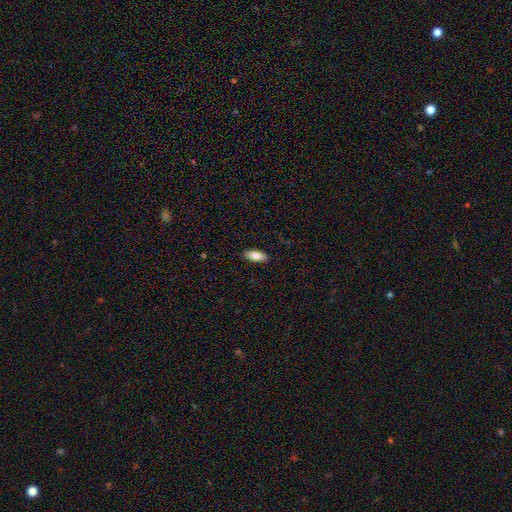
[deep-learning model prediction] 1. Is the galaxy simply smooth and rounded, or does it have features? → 84% smooth, 10% featured or disk, 6% star or artifact.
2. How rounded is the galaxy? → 80% in between, 18% cigar-shaped, 2% round.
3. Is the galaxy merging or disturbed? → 89% none, 8% minor disturbance, 2% major disturbance, 1% merger.